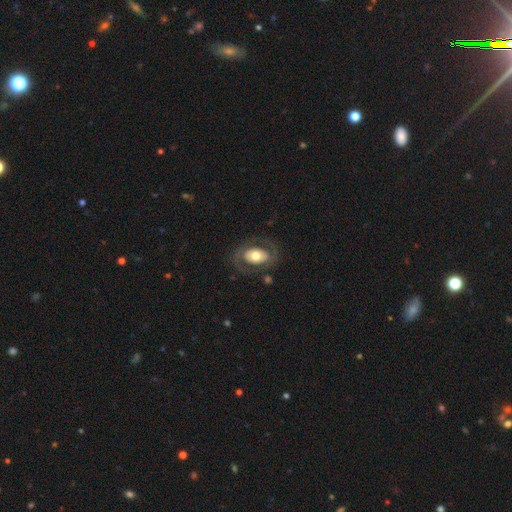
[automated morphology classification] This appears to be a featured or disk galaxy (56%) with no bar (70%), spiral arms (50%, tied with no) and a moderate central bulge (58%). Merging: none (73%).